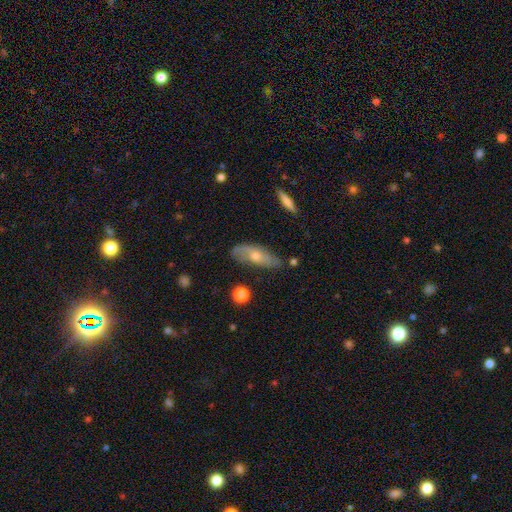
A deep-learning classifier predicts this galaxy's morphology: The model was most divided on "smooth or featured": featured or disk: 54%, smooth: 38%, star or artifact: 8%. More confident: edge-on disk — no (74%); merging — none (65%).